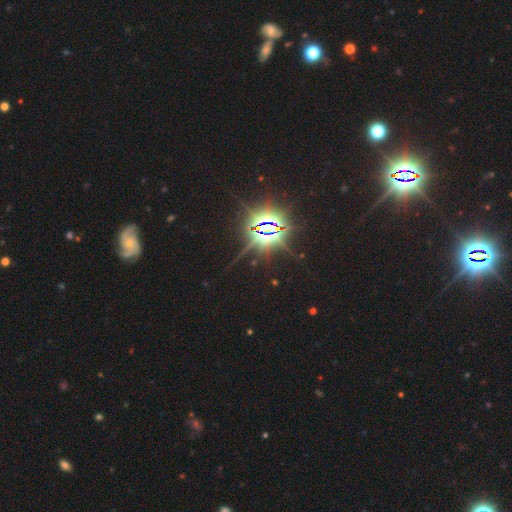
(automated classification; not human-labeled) Morphology: type=star or artifact (81%).